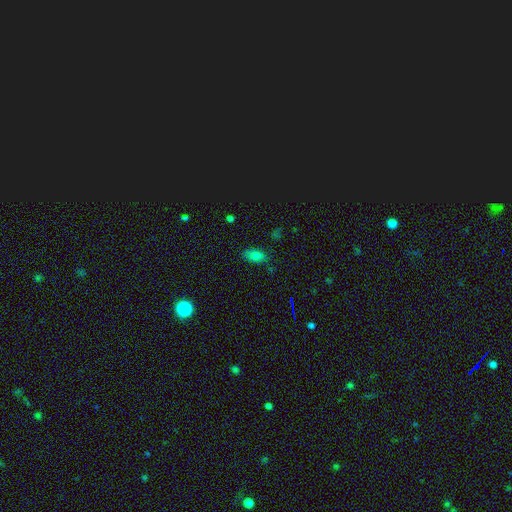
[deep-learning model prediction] A smooth galaxy with no disk features (73%) that is in between round and cigar-shaped (88%). Merging: none (78%).